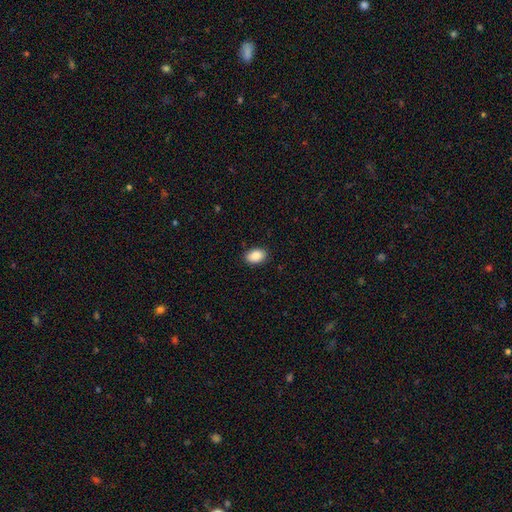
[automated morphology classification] Smooth or featured: smooth — 88% (star or artifact — 7%)
How rounded: in between — 87% (round — 11%)
Merging: none — 88% (minor disturbance — 9%)